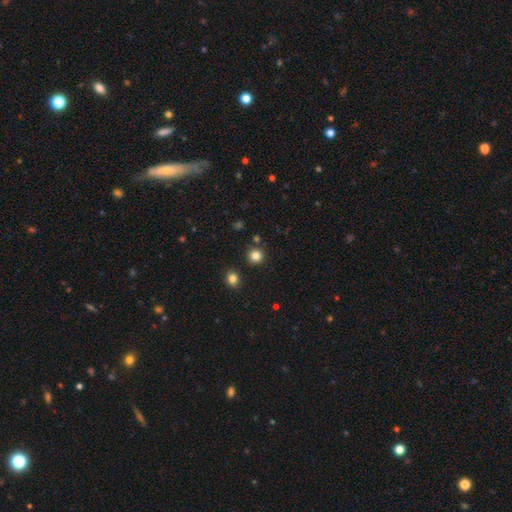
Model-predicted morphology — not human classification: smooth-or-featured: smooth: 83% | star or artifact: 13% | featured or disk: 4%
  how-rounded: round: 93% | in between: 6% | cigar-shaped: 1%
  merging: none: 88% | minor disturbance: 6% | merger: 4% | major disturbance: 2%